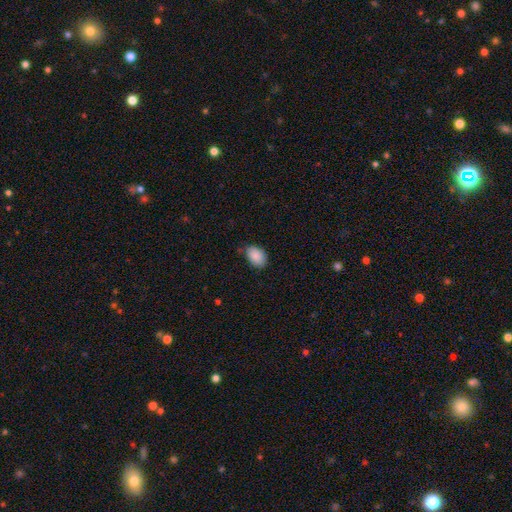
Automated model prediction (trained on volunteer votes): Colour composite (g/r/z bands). It shows a smooth galaxy with no disk features (89%) that is in between round and cigar-shaped (84%). Merging: none (73%).